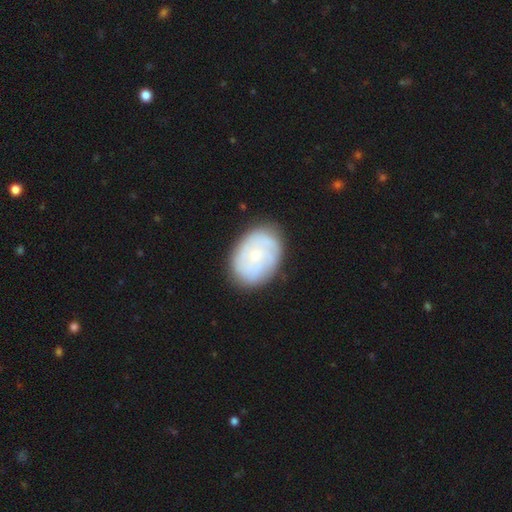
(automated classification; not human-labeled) featured or disk 49%, smooth 45%, star or artifact 7%. Down the decision tree: merging — none (76%).